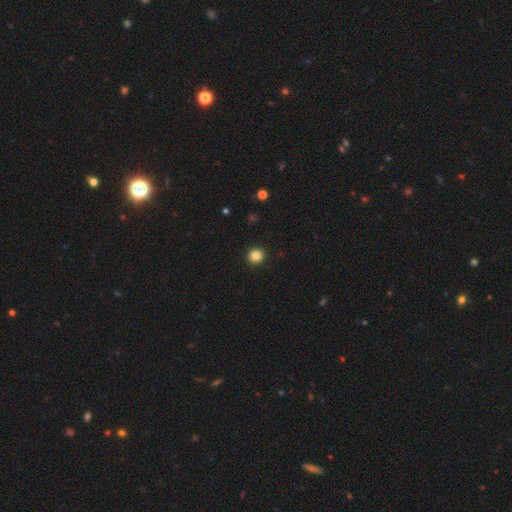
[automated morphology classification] type=smooth (84%); roundness=round (91%); merging=none (93%).